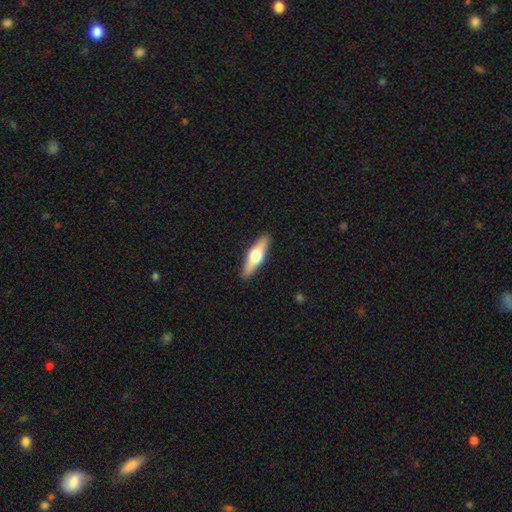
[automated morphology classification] A featured or disk galaxy (48%).

Vote fractions:
- Smooth or featured? featured or disk: 48% / smooth: 47% / star or artifact: 5%
- Merging? none: 90% / minor disturbance: 7% / major disturbance: 2% / merger: 1%